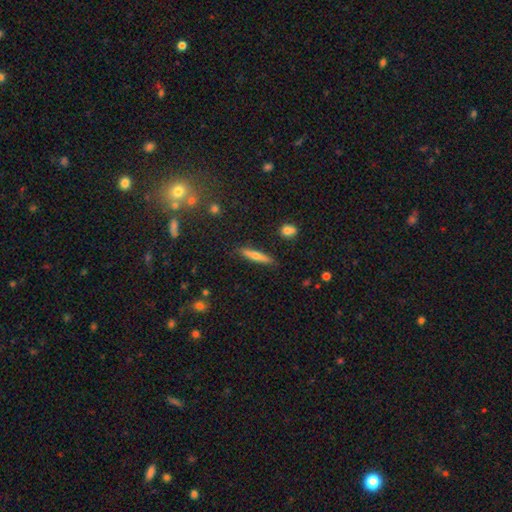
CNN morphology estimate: This is possibly a smooth galaxy (54%). How rounded: clearly cigar-shaped (88%). Merging: clearly none (87%).